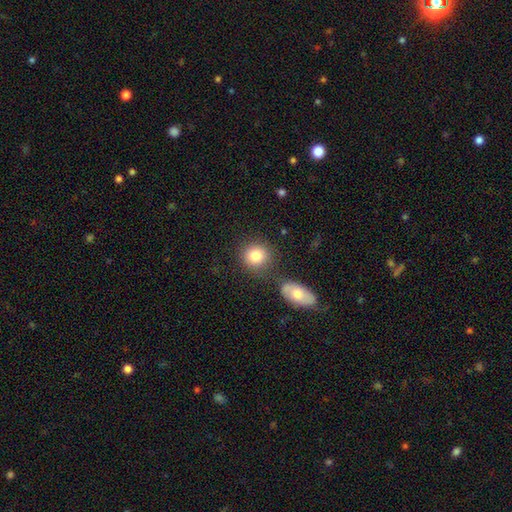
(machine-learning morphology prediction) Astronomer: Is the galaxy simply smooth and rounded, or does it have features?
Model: smooth — 83%.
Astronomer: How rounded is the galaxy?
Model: round — 83%.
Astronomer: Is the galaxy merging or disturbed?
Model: none — 73%.